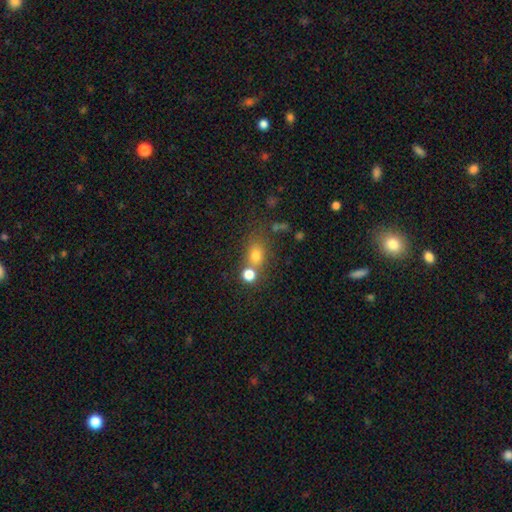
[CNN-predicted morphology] smooth-or-featured: smooth: 72% | star or artifact: 17% | featured or disk: 11%
  how-rounded: round: 55% | in between: 43% | cigar-shaped: 2%
  merging: none: 55% | merger: 28% | minor disturbance: 12% | major disturbance: 6%